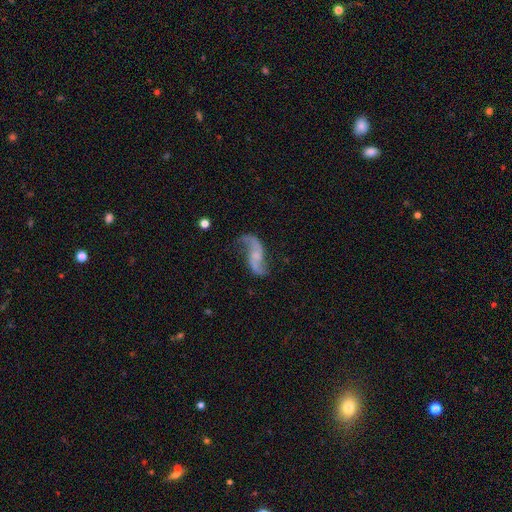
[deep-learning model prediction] smooth-or-featured: featured or disk: 86% | smooth: 8% | star or artifact: 6%
  disk-edge-on: no: 96% | yes: 4%
    bar: no: 54% | weak: 34% | strong: 12%
    has-spiral-arms: yes: 95% | no: 5%
      spiral-winding: loose: 86% | medium: 11% | tight: 3%
      spiral-arm-count: 2: 92% | 1: 3% | can't tell: 2% | 3: 1% | 4: 1% | more than 4: 1%
    bulge-size: small: 47% | none: 27% | moderate: 21% | large: 3% | dominant: 1%
  merging: none: 67% | minor disturbance: 17% | major disturbance: 12% | merger: 3%